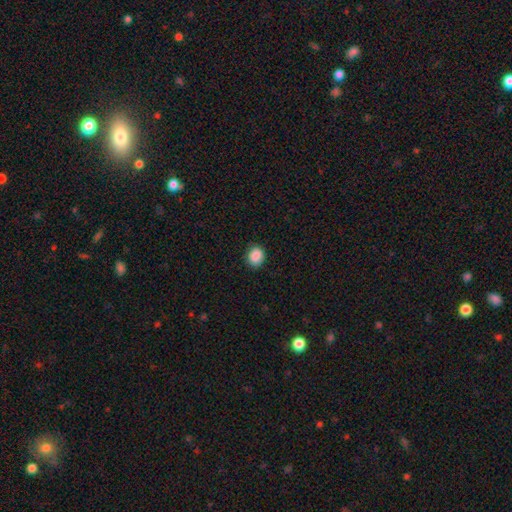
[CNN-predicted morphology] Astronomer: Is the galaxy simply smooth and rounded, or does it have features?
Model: smooth — 88%.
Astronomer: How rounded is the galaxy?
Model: round — 65%.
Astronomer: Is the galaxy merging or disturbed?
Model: none — 89%.